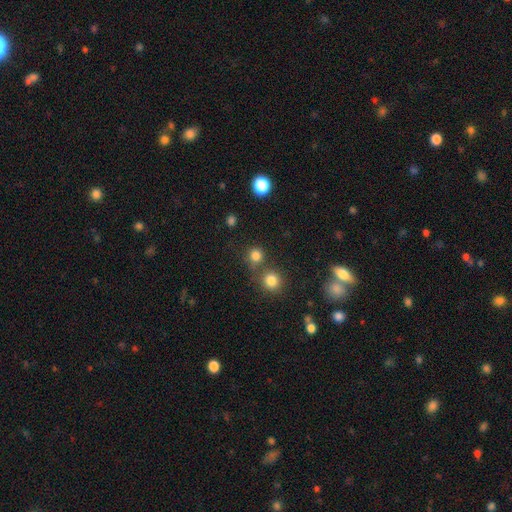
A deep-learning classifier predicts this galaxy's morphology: This appears to be a smooth galaxy with no disk features (80%) that is round (90%). Merging: none (65%).